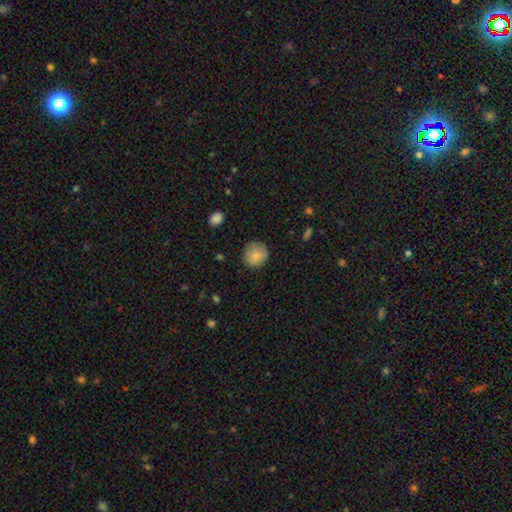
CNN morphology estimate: type=smooth (83%); roundness=round (91%); merging=none (83%).